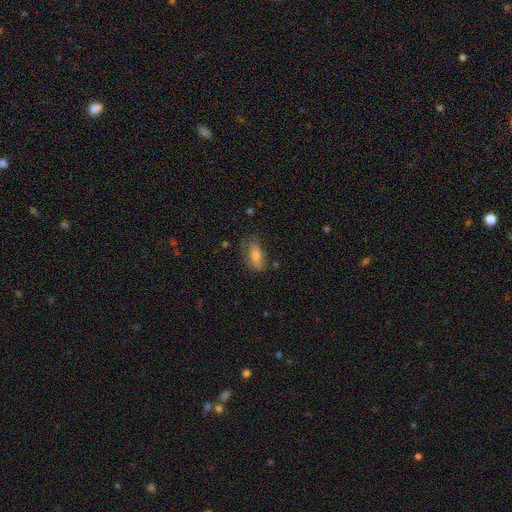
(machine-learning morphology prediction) Smooth or featured? Predicted: smooth (p=0.64). How rounded? Predicted: in between (p=0.83). Merging? Predicted: none (p=0.57).